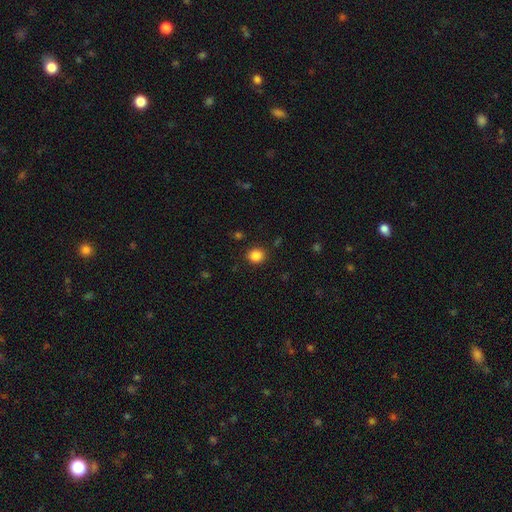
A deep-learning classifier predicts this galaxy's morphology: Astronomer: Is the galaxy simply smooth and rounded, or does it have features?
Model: smooth — 86%.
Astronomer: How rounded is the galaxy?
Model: round — 78%.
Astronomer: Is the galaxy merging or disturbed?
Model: none — 89%.